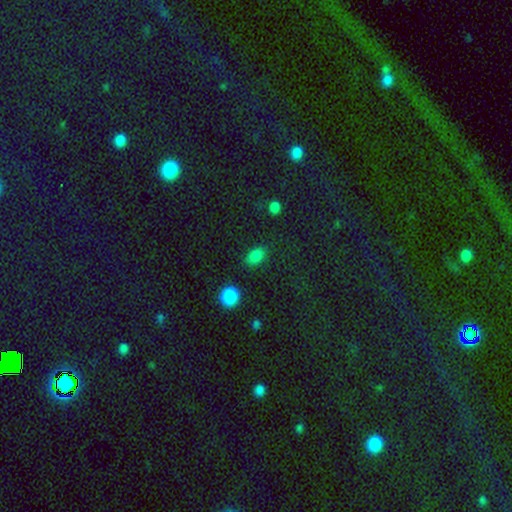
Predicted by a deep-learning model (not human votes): smooth_or_featured: smooth (p=0.84) [alt: star or artifact p=0.12]
how_rounded: in between (p=0.83) [alt: round p=0.14]
merging: none (p=0.82) [alt: minor disturbance p=0.12]